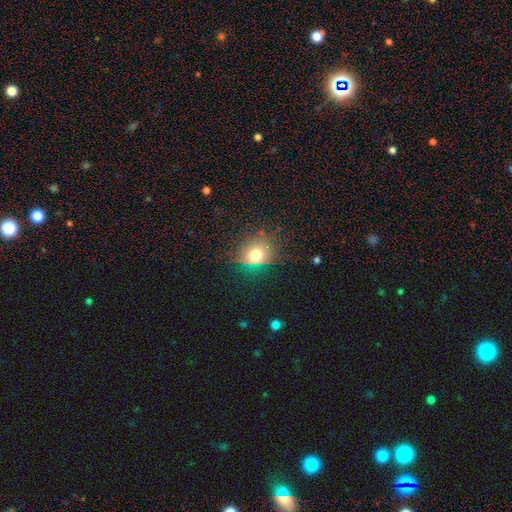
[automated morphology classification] Smooth or featured: smooth — 74% (star or artifact — 16%)
How rounded: round — 71% (in between — 28%)
Merging: none — 75% (minor disturbance — 17%)